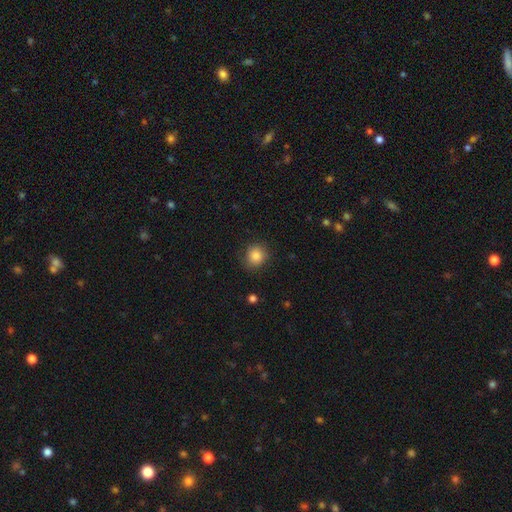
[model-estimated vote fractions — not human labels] Smooth or featured? Predicted: smooth (p=0.85). How rounded? Predicted: round (p=0.86). Merging? Predicted: none (p=0.83).